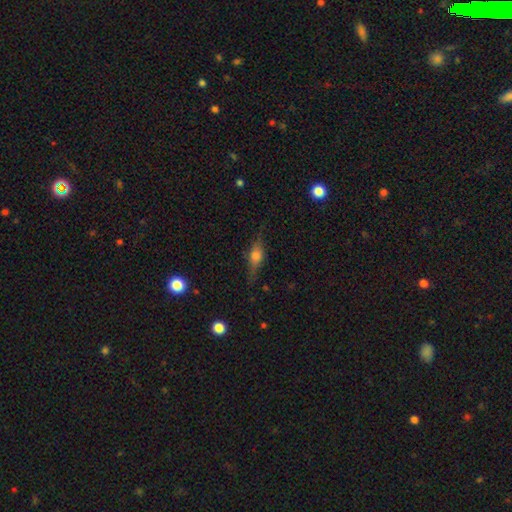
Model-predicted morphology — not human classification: Smooth or featured? featured or disk (59%)
Edge-on disk? yes (94%)
Edge-on bulge? rounded (87%)
Merging? none (77%)